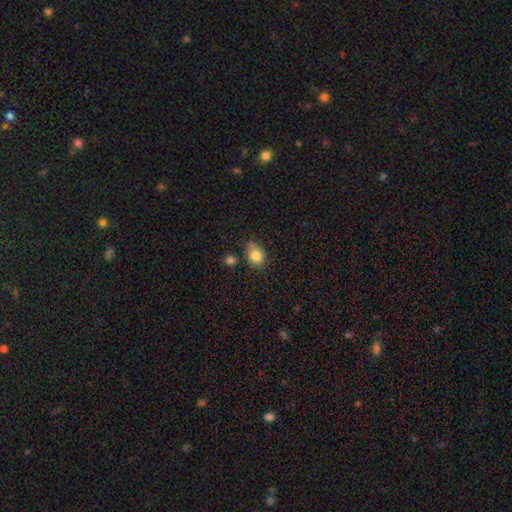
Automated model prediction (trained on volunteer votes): Morphology: type=smooth (82%); roundness=round (52%); merging=none (60%).